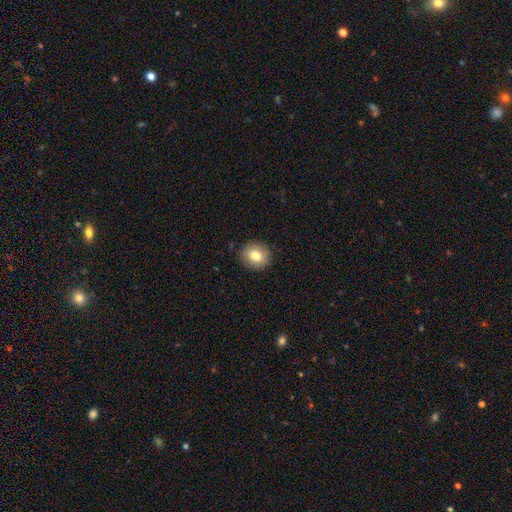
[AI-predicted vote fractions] This is likely a smooth galaxy (79%). How rounded: clearly round (82%). Merging: clearly none (90%).